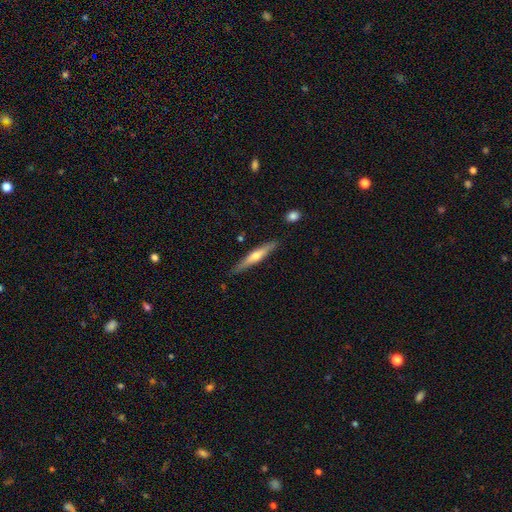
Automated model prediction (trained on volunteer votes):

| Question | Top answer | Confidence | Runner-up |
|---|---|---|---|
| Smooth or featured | featured or disk | 54% | smooth (40%) |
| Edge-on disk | yes | 95% | no (5%) |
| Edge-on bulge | rounded | 83% | none (12%) |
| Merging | none | 86% | minor disturbance (10%) |